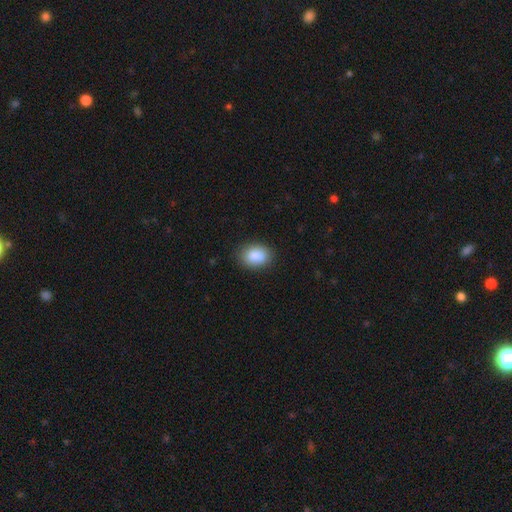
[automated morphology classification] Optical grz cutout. It shows a smooth galaxy with no disk features (88%) that is in between round and cigar-shaped (78%). Merging: none (85%).